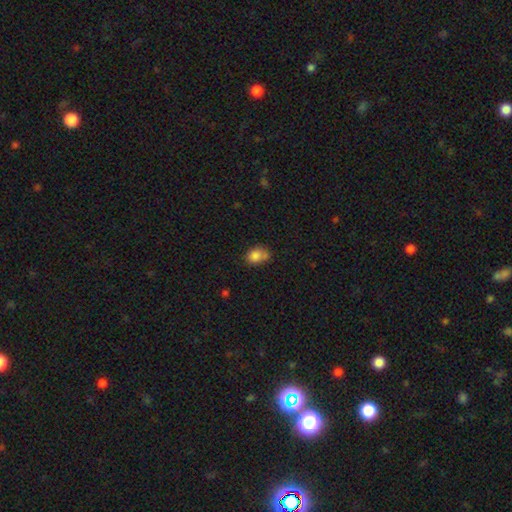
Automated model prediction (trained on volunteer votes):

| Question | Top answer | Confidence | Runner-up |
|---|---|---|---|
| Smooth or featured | smooth | 81% | star or artifact (10%) |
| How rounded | in between | 56% | round (42%) |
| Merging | none | 48% | minor disturbance (28%) |